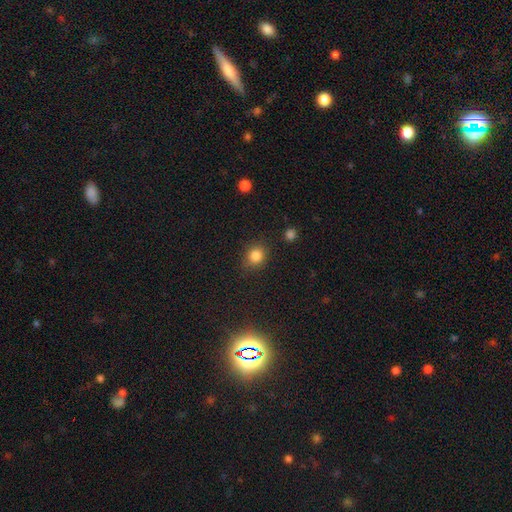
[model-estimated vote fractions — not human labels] Smooth or featured: smooth — 83% (star or artifact — 12%)
How rounded: round — 77% (in between — 22%)
Merging: none — 82% (minor disturbance — 12%)